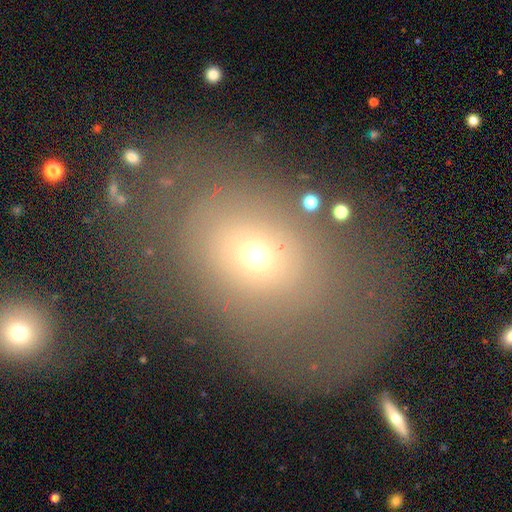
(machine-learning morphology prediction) Overall: smooth (58%; featured or disk 26%). How rounded: in between (61%; round 37%). Merging: none (51%; major disturbance 26%).